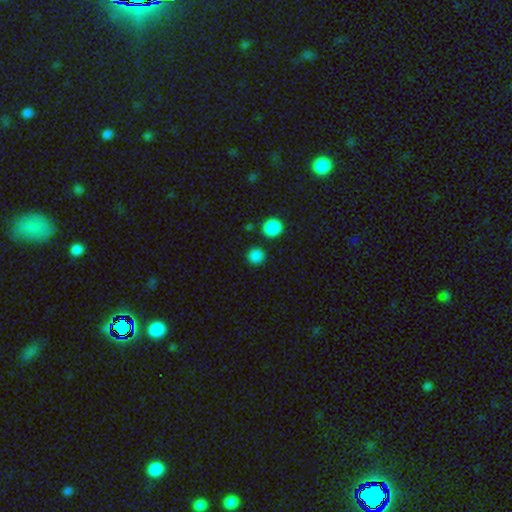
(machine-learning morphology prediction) Smooth or featured: smooth — 86% (star or artifact — 11%)
How rounded: round — 92% (in between — 7%)
Merging: none — 87% (minor disturbance — 6%)